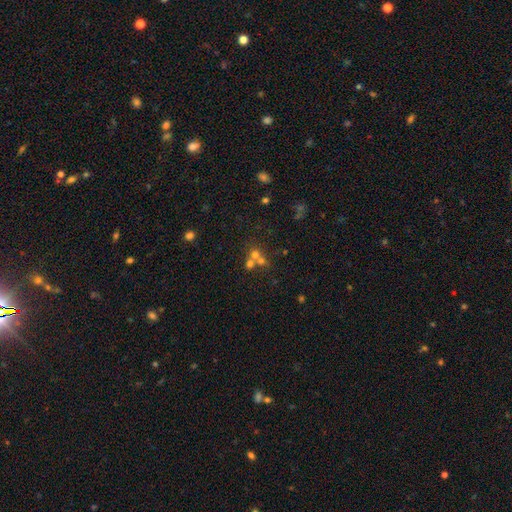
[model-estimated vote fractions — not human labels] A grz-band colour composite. It shows a smooth galaxy with no disk features (47%). Merging: merger (46%).